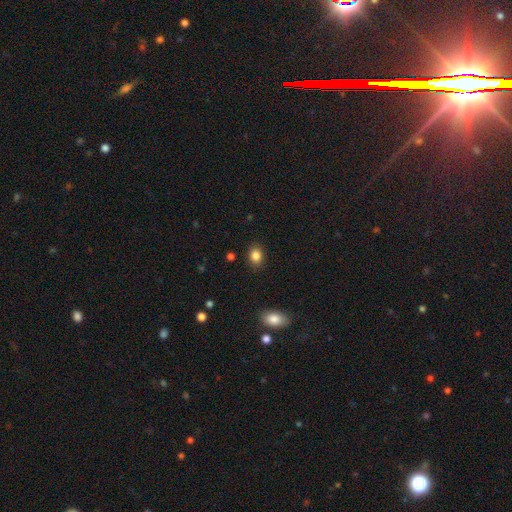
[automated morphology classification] The model was most divided on "how rounded": in between: 58%, round: 41%, cigar-shaped: 1%. More confident: merging — none (86%); smooth or featured — smooth (85%).